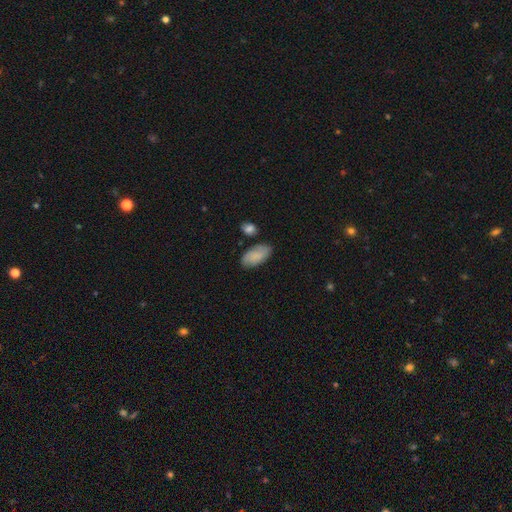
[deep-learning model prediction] Morphology: type=smooth (79%); roundness=in between (94%); merging=none (74%).